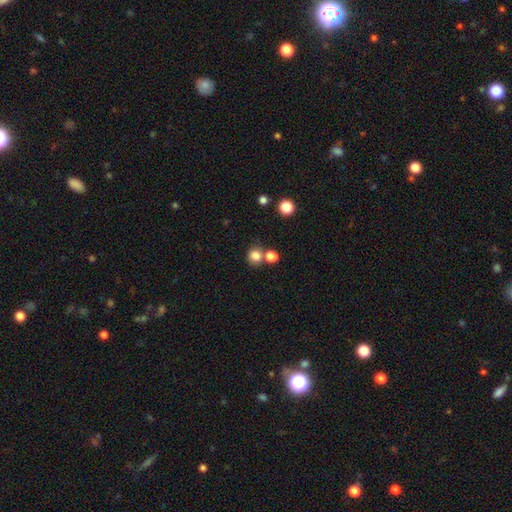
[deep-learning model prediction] This appears to be a smooth galaxy with no disk features (82%) that is round (80%). Merging: none (57%).